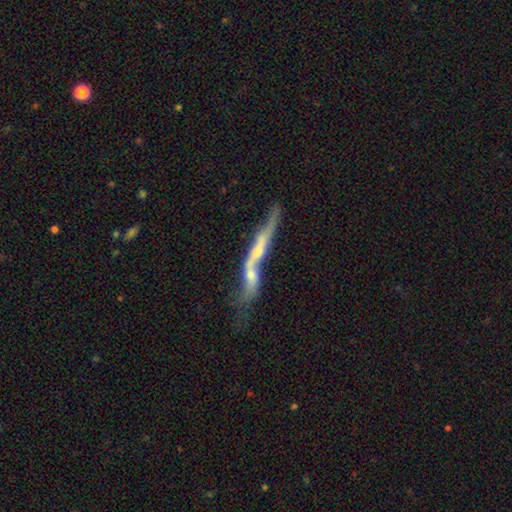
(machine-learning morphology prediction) Smooth or featured? featured or disk (68%)
Edge-on disk? yes (64%)
Merging? merger (52%)